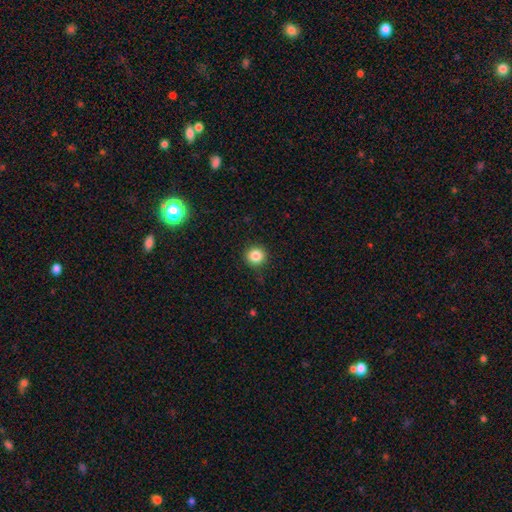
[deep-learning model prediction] smooth 85%, star or artifact 11%, featured or disk 4%. Down the decision tree: how rounded — round (94%); merging — none (90%).